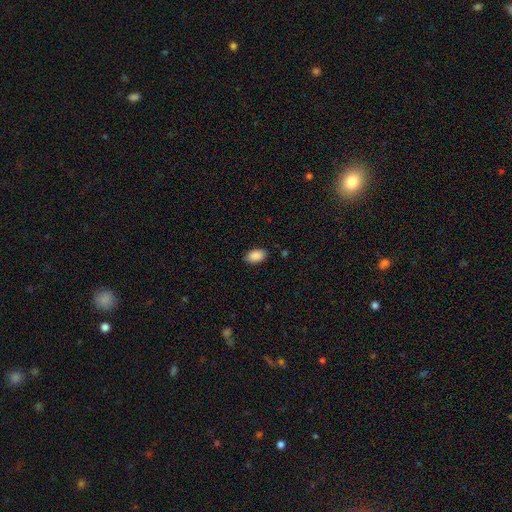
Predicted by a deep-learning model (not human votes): Smooth or featured: smooth — 90% (star or artifact — 7%)
How rounded: in between — 94% (round — 5%)
Merging: none — 87% (minor disturbance — 10%)